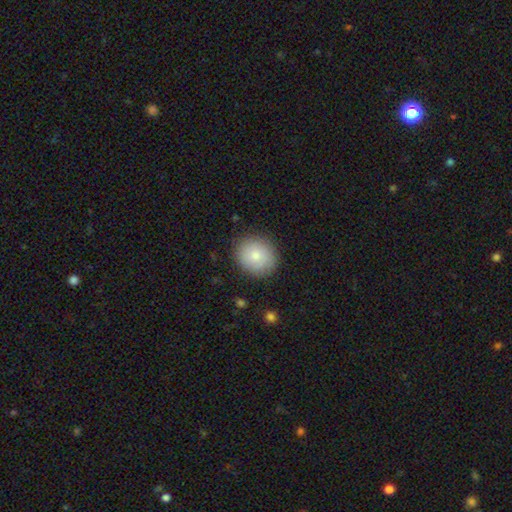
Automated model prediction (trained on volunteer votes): Overall: smooth (82%). How rounded: round (80%). Merging: none (86%).